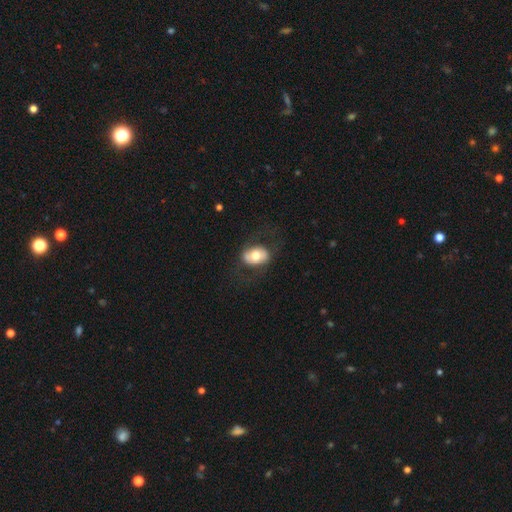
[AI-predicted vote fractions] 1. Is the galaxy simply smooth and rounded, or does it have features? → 54% smooth, 39% featured or disk, 7% star or artifact.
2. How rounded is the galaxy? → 72% in between, 26% round, 1% cigar-shaped.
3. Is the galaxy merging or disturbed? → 69% none, 16% minor disturbance, 13% major disturbance, 1% merger.